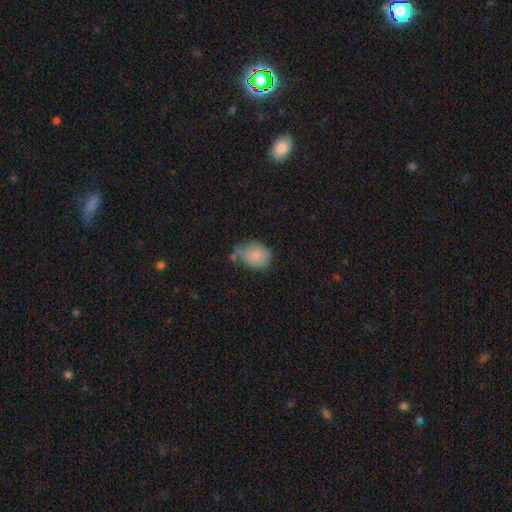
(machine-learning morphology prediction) Overall: smooth (79%). How rounded: in between (51%; round 48%). Merging: none (38%; minor disturbance 35%).